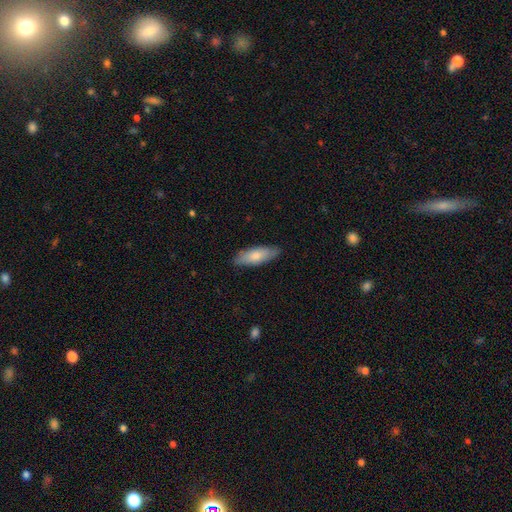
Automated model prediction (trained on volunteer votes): This appears to be a smooth galaxy with no disk features (74%) that is in between round and cigar-shaped (61%). Merging: none (84%).